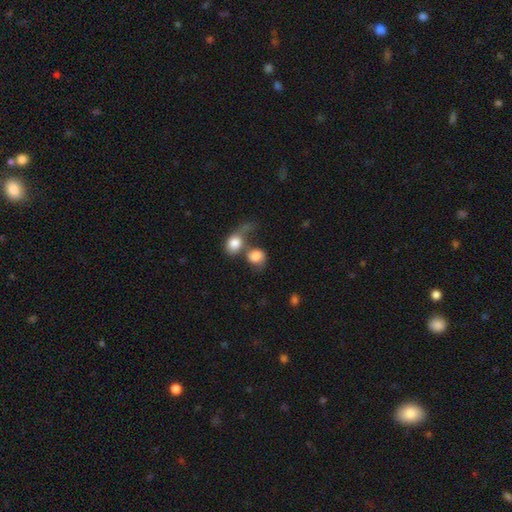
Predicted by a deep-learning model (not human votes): This is likely a smooth galaxy (76%). How rounded: likely round (64%). Merging: possibly merger (56%).